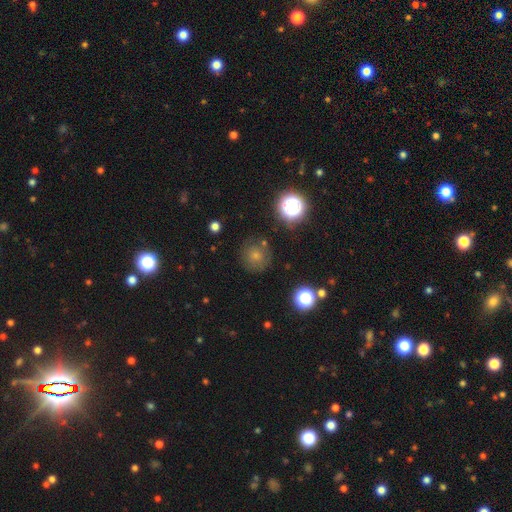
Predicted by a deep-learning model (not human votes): Smooth or featured? smooth (64%)
How rounded? round (92%)
Merging? none (77%)